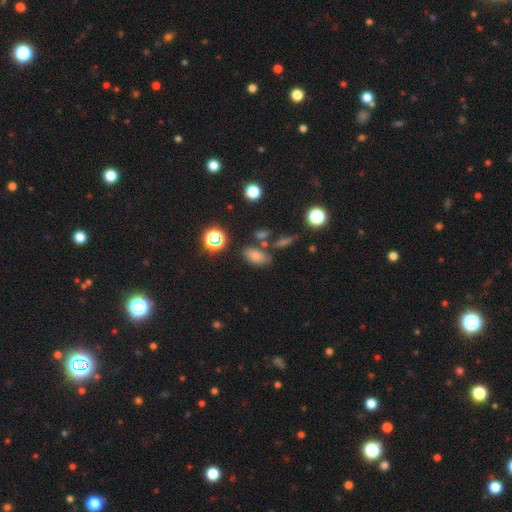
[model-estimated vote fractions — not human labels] smooth 73%, star or artifact 17%, featured or disk 10%. Down the decision tree: how rounded — in between (86%); merging — none (71%).